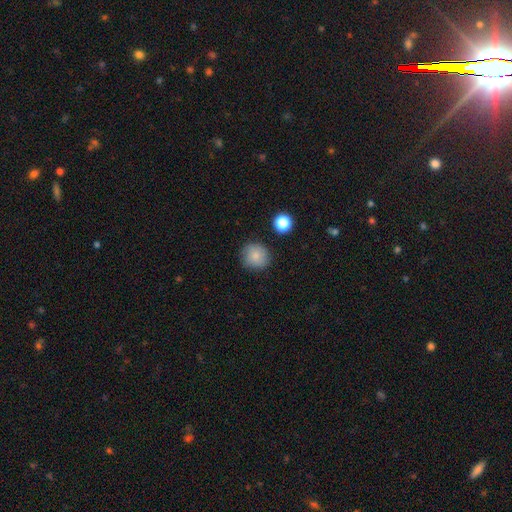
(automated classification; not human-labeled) smooth 84%, star or artifact 9%, featured or disk 7%. Down the decision tree: how rounded — round (91%); merging — none (85%).